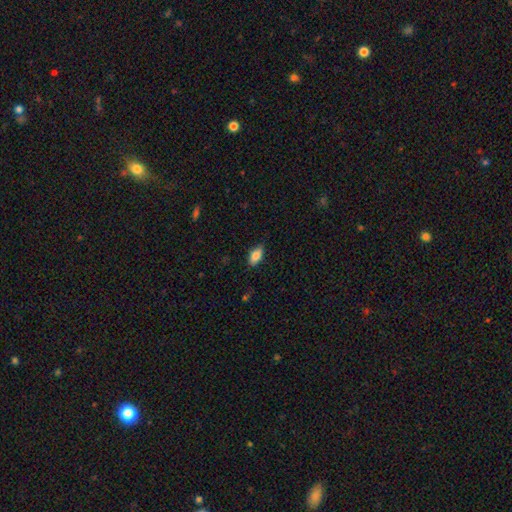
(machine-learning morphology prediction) Smooth or featured: smooth — 82% (featured or disk — 11%)
How rounded: in between — 89% (cigar-shaped — 7%)
Merging: none — 80% (minor disturbance — 16%)